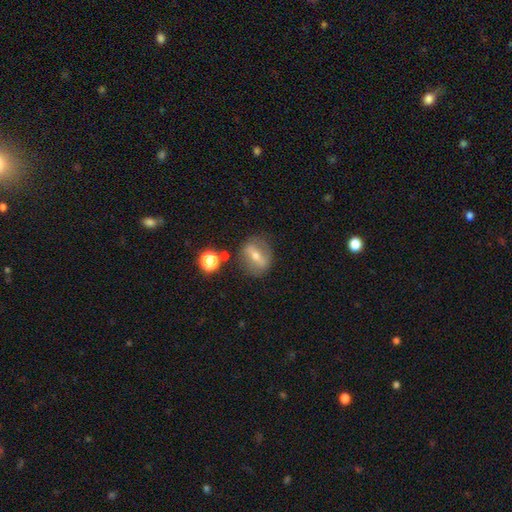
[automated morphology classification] Smooth or featured?
  - featured or disk: 56% *
  - smooth: 34%
  - star or artifact: 10%
Edge-on disk?
  - no: 80% *
  - yes: 20%
Merging?
  - none: 76% *
  - minor disturbance: 14%
  - major disturbance: 6%
  - merger: 4%